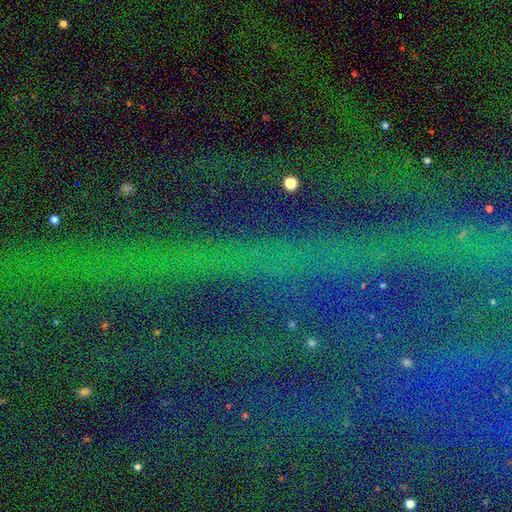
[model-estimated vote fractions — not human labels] Smooth or featured? Predicted: star or artifact (p=0.85).